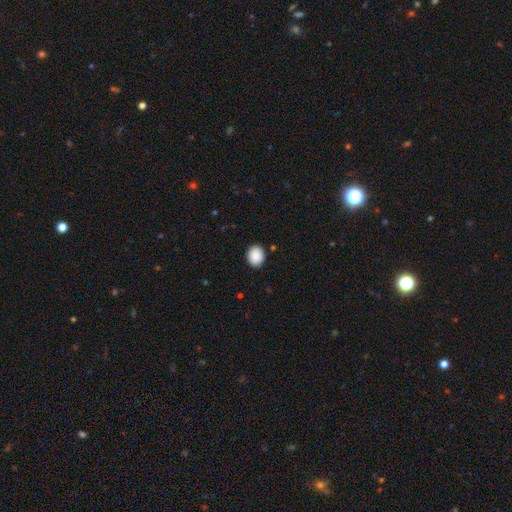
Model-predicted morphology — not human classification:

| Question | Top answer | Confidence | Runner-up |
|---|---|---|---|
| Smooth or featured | smooth | 90% | star or artifact (8%) |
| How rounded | round | 63% | in between (36%) |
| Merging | none | 90% | minor disturbance (7%) |